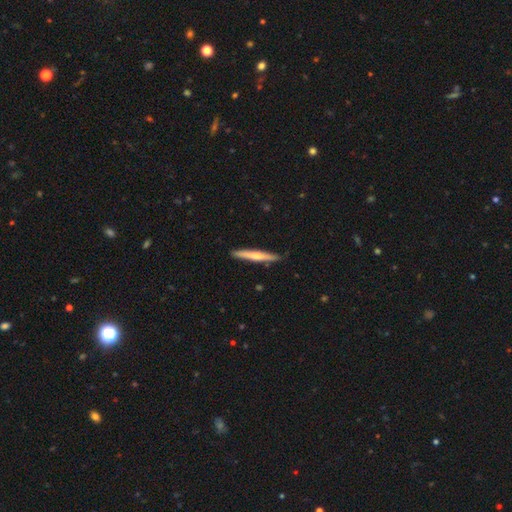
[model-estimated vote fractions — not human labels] A smooth galaxy with no disk features (55%) that is cigar-shaped (95%).

Vote fractions:
- Smooth or featured? smooth: 55% / featured or disk: 40% / star or artifact: 5%
- How rounded? cigar-shaped: 95% / in between: 4% / round: 1%
- Merging? none: 89% / minor disturbance: 8% / major disturbance: 1% / merger: 1%